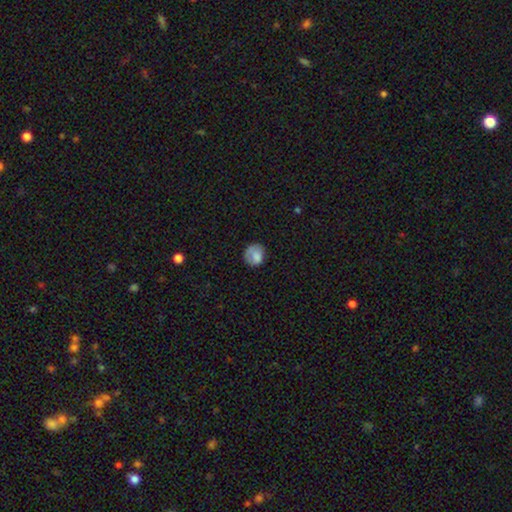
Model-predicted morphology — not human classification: Smooth or featured?
  - smooth: 76% *
  - featured or disk: 15%
  - star or artifact: 9%
How rounded?
  - round: 70% *
  - in between: 29%
  - cigar-shaped: 1%
Merging?
  - none: 58% *
  - minor disturbance: 27%
  - major disturbance: 13%
  - merger: 2%